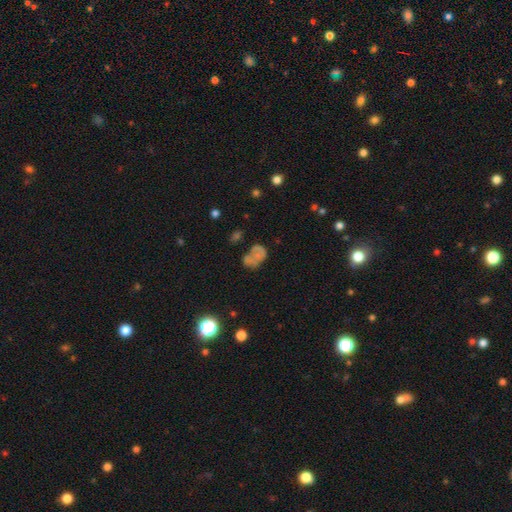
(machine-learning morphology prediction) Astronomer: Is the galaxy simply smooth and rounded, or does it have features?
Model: smooth — 49% (runner-up: featured or disk, 33%).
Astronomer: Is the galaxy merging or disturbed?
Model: none — 33% (runner-up: major disturbance, 27%).